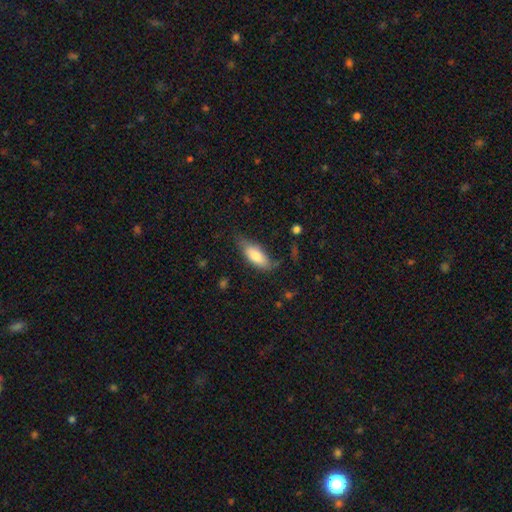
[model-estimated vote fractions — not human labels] Q: Smooth or featured?
A: smooth (77%); runner-up: featured or disk (17%)
Q: How rounded?
A: in between (78%); runner-up: cigar-shaped (20%)
Q: Merging?
A: none (60%); runner-up: minor disturbance (29%)